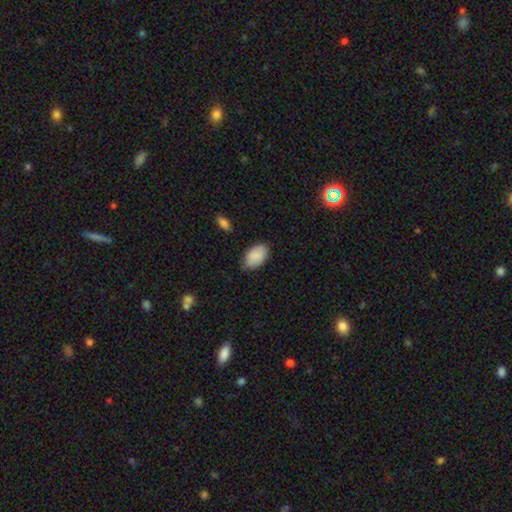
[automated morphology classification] smooth_or_featured: smooth (p=0.89) [alt: star or artifact p=0.06]
how_rounded: in between (p=0.93) [alt: round p=0.06]
merging: none (p=0.76) [alt: minor disturbance p=0.19]